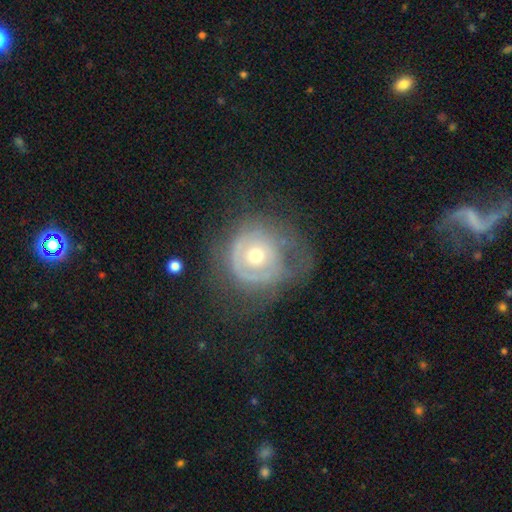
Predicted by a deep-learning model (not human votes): Overall: featured or disk (59%; smooth 34%). Edge-on disk: no (96%). Bar: no (86%). Spiral arms: no (57%; yes 43%). Bulge size: moderate (62%; small 30%). Merging: none (43%; major disturbance 30%).